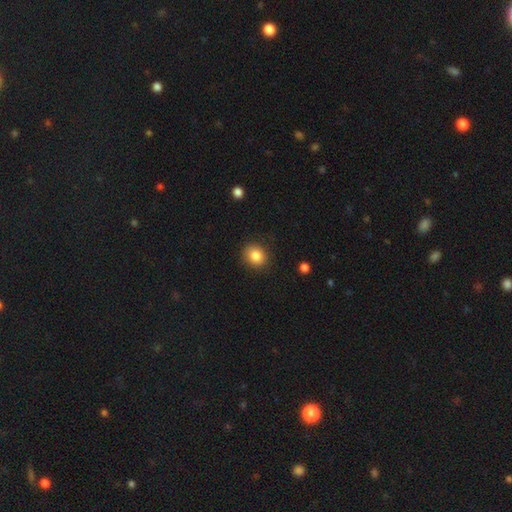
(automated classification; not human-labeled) Q: Smooth or featured?
A: smooth (85%); runner-up: star or artifact (9%)
Q: How rounded?
A: round (74%); runner-up: in between (25%)
Q: Merging?
A: none (88%); runner-up: minor disturbance (9%)